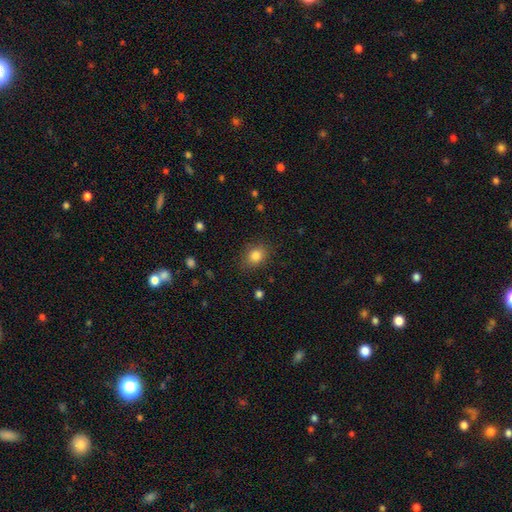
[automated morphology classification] A smooth galaxy with no disk features (83%) that is in between round and cigar-shaped (56%). Merging: none (83%).